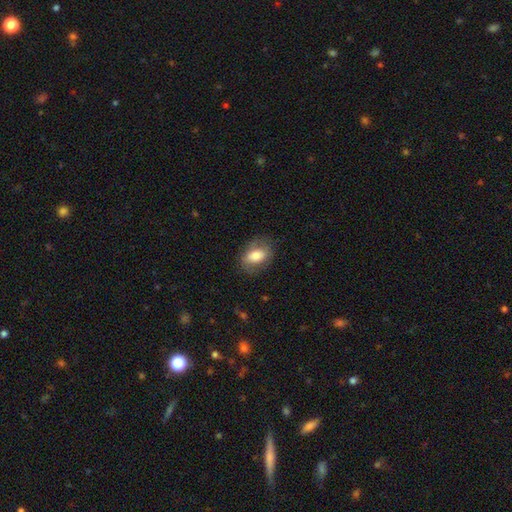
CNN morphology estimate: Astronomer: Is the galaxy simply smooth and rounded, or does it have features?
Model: smooth — 73%.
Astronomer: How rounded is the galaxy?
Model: in between — 83%.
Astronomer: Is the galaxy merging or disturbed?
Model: none — 76%.